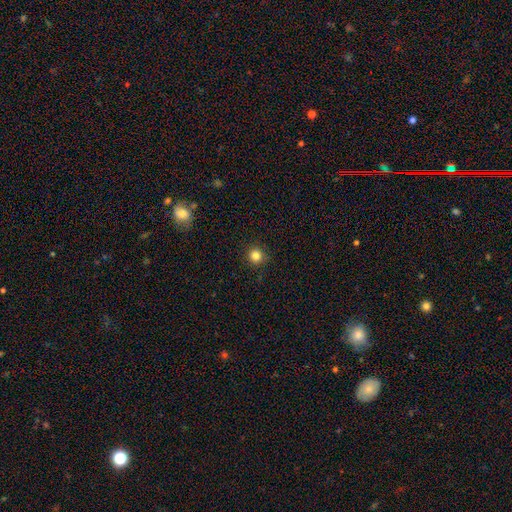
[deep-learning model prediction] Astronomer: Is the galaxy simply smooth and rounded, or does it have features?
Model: smooth — 83%.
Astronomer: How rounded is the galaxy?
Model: round — 94%.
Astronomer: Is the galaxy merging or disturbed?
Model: none — 91%.